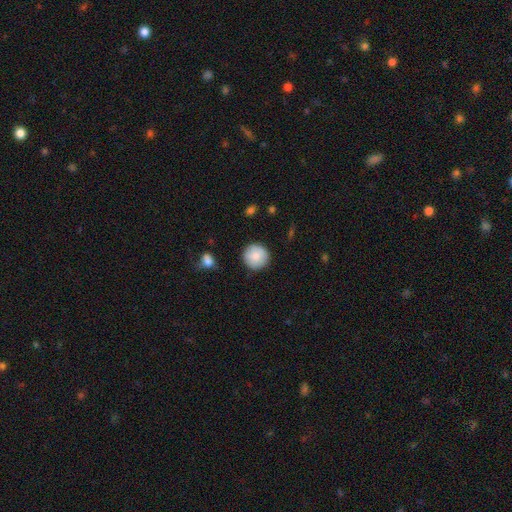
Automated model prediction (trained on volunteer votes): Morphology: type=smooth (84%); roundness=round (95%); merging=none (88%).